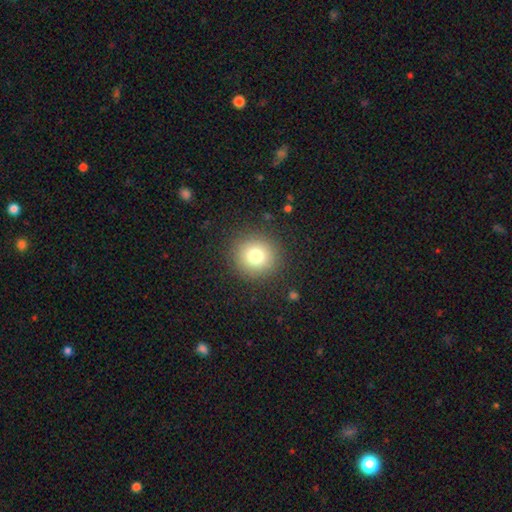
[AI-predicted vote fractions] This appears to be a smooth galaxy with no disk features (78%) that is round (93%). Merging: none (89%).